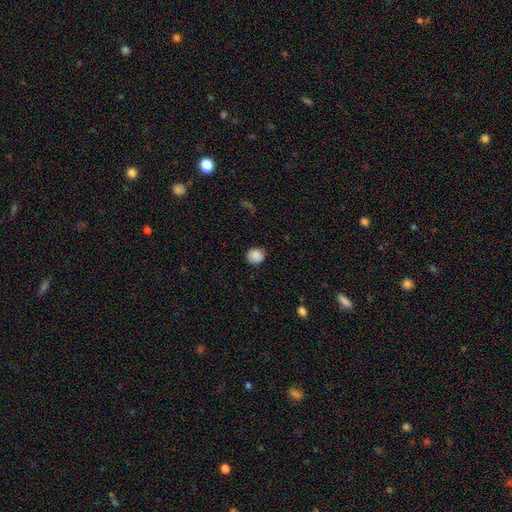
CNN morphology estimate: Q: Smooth or featured?
A: smooth (88%); runner-up: star or artifact (8%)
Q: How rounded?
A: round (85%); runner-up: in between (14%)
Q: Merging?
A: none (85%); runner-up: minor disturbance (11%)